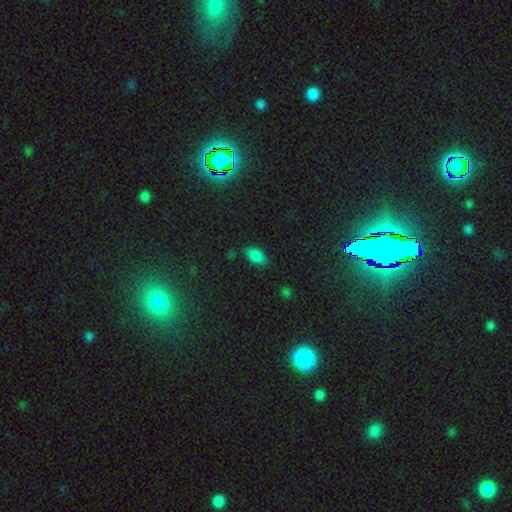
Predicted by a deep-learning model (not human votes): smooth-or-featured: smooth: 78% | star or artifact: 15% | featured or disk: 7%
  how-rounded: in between: 92% | round: 4% | cigar-shaped: 4%
  merging: none: 75% | minor disturbance: 19% | major disturbance: 4% | merger: 2%